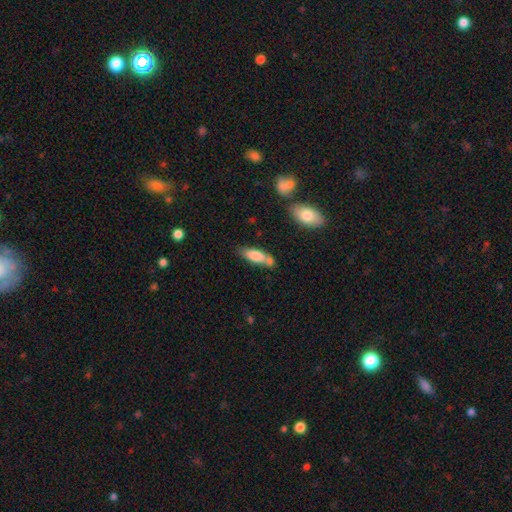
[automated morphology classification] Smooth or featured? Predicted: smooth (p=0.77). How rounded? Predicted: in between (p=0.56). Merging? Predicted: none (p=0.52).